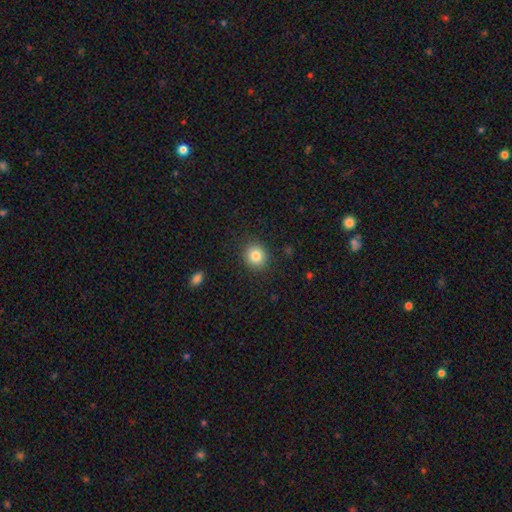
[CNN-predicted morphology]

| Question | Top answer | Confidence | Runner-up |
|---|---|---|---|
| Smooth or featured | smooth | 83% | star or artifact (10%) |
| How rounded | round | 85% | in between (14%) |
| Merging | none | 89% | minor disturbance (7%) |